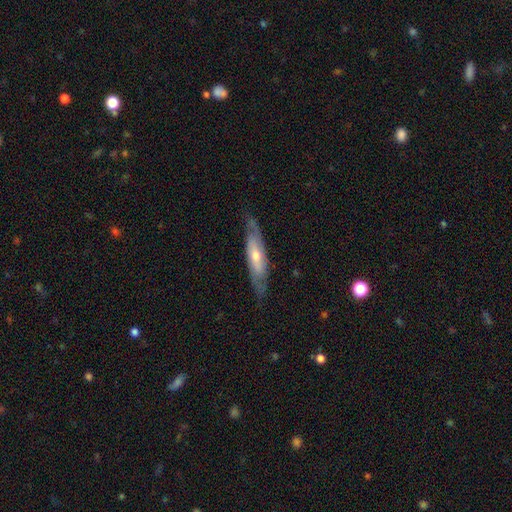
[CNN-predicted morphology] smooth-or-featured: featured or disk: 63% | smooth: 32% | star or artifact: 6%
  disk-edge-on: no: 56% | yes: 44%
  merging: none: 76% | minor disturbance: 18% | major disturbance: 5% | merger: 1%